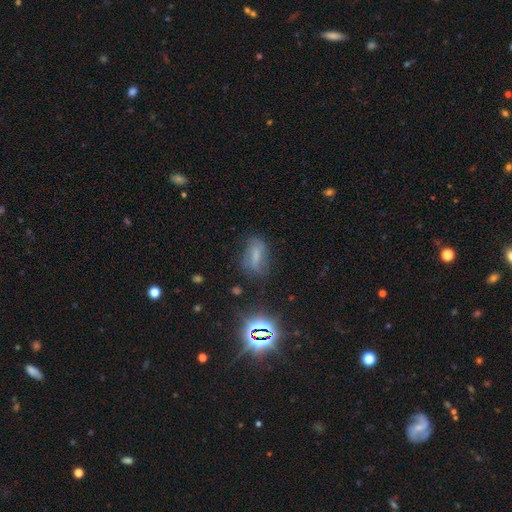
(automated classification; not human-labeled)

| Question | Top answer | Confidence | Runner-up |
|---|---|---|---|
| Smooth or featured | smooth | 47% | featured or disk (28%) |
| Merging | none | 62% | minor disturbance (23%) |